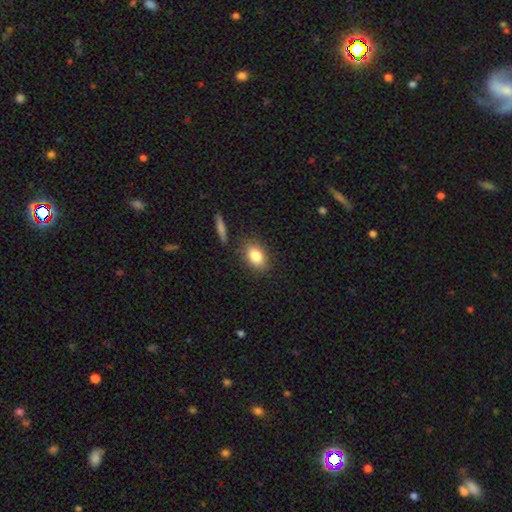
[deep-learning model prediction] This is clearly a smooth galaxy (83%). How rounded: likely in between (78%). Merging: clearly none (82%).